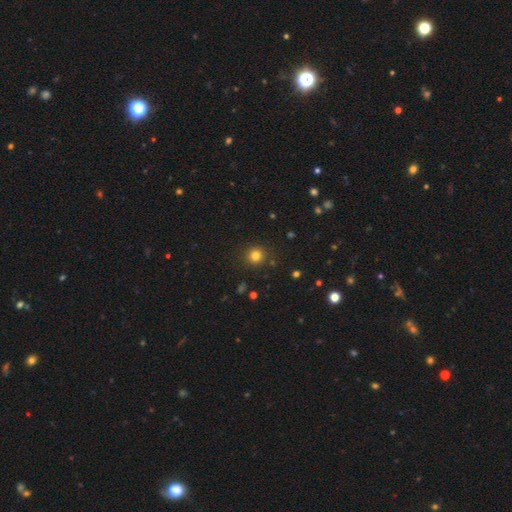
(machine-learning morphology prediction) smooth-or-featured: smooth: 79% | star or artifact: 15% | featured or disk: 5%
  how-rounded: round: 92% | in between: 7% | cigar-shaped: 1%
  merging: none: 90% | minor disturbance: 6% | major disturbance: 2% | merger: 2%